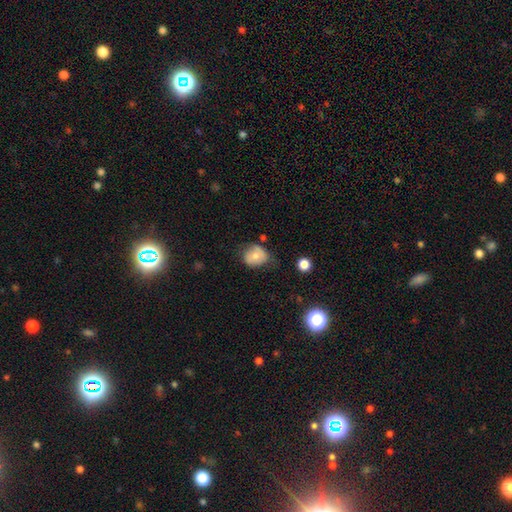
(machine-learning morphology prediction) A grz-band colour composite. It shows a smooth galaxy with no disk features (70%) that is round (59%). Merging: none (51%).